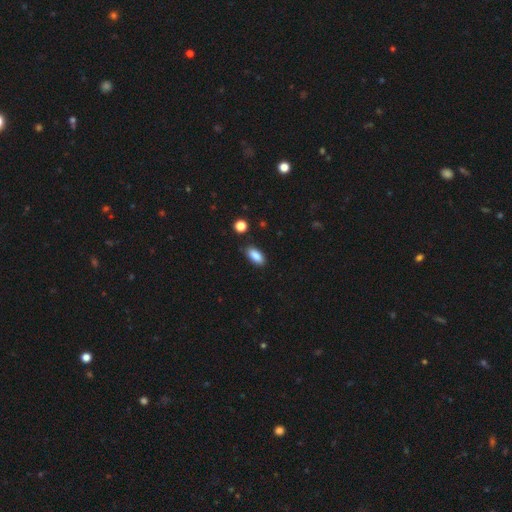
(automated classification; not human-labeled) This appears to be a smooth galaxy with no disk features (88%) that is in between round and cigar-shaped (88%). Merging: none (85%).